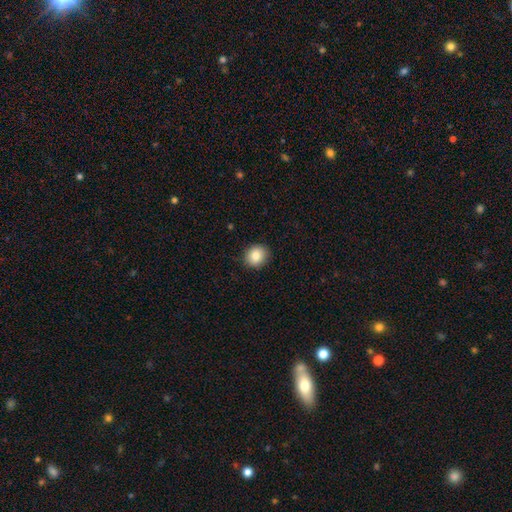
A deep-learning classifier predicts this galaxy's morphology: smooth 84%, star or artifact 9%, featured or disk 7%. Down the decision tree: how rounded — round (75%); merging — none (90%).